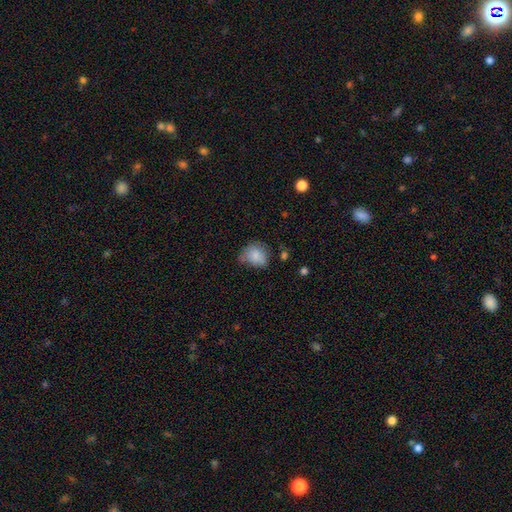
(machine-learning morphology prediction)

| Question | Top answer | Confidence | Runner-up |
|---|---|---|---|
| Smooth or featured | smooth | 80% | featured or disk (11%) |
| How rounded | round | 52% | in between (47%) |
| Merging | none | 44% | minor disturbance (39%) |